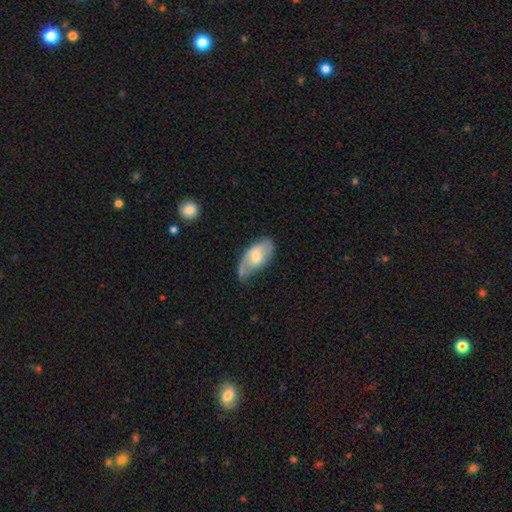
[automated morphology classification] type=featured or disk (58%); edge-on=no (92%); bar=no (50%); spiral arms=yes (81%); bulge=moderate (53%); merging=none (51%).